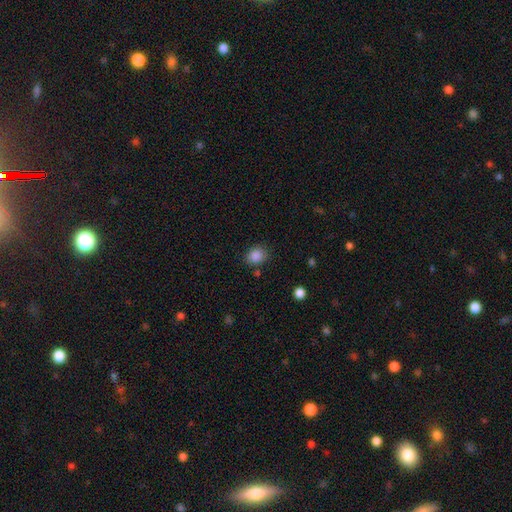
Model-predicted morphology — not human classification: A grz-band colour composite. It shows a smooth galaxy with no disk features (87%) that is round (62%). Merging: none (79%).